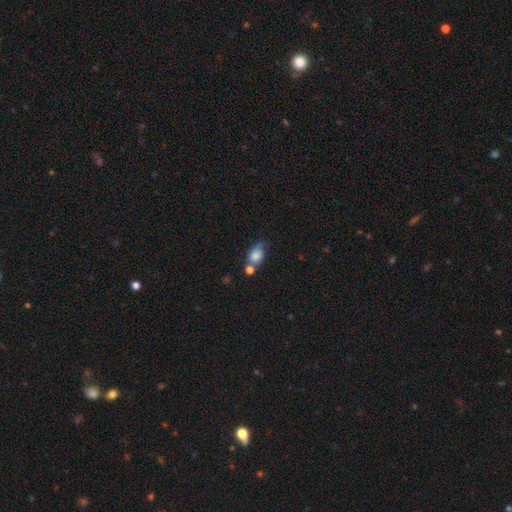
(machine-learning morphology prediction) A smooth galaxy with no disk features (75%) that is in between round and cigar-shaped (69%). Merging: none (42%).